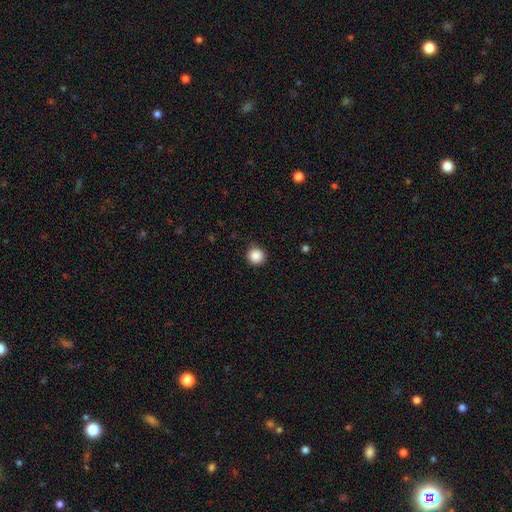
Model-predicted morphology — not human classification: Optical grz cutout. It shows a smooth galaxy with no disk features (87%) that is round (94%). Merging: none (87%).